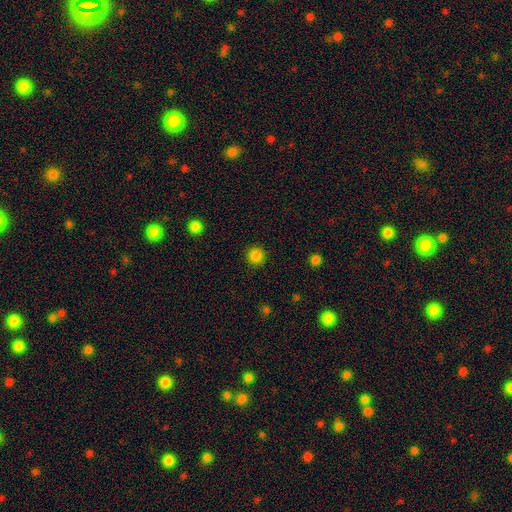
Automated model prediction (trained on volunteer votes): Overall: smooth (84%). How rounded: round (93%). Merging: none (89%).